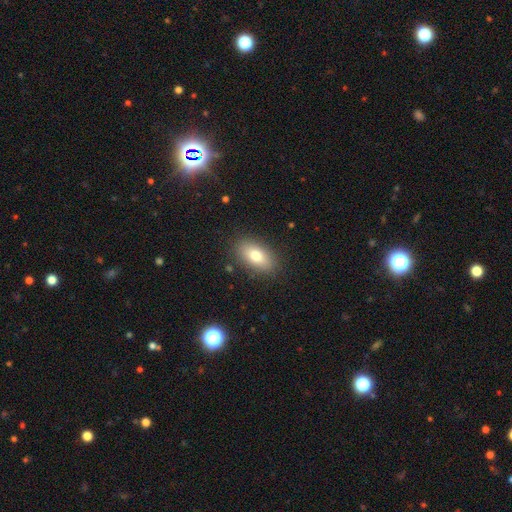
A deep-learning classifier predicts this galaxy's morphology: smooth 76%, featured or disk 15%, star or artifact 9%. Down the decision tree: how rounded — in between (90%); merging — none (86%).